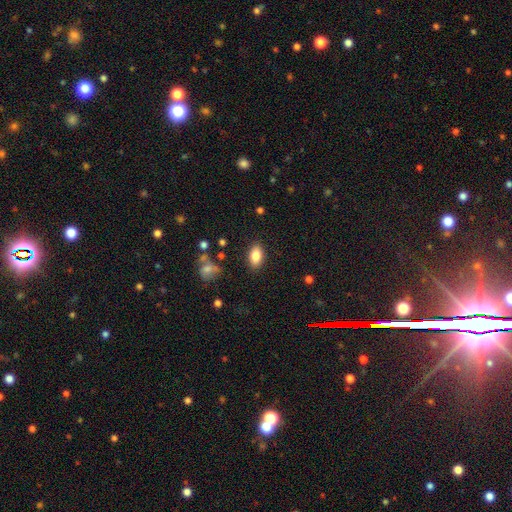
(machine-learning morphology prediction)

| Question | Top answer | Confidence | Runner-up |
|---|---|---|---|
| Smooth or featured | smooth | 84% | star or artifact (8%) |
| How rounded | in between | 90% | round (7%) |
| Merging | none | 87% | minor disturbance (9%) |